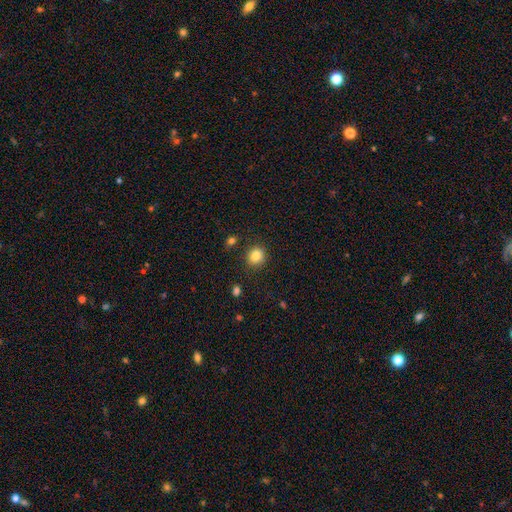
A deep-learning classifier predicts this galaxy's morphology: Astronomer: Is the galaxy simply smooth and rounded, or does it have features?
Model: smooth — 85%.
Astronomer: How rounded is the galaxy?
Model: round — 74%.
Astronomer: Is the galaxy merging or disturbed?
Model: none — 82%.